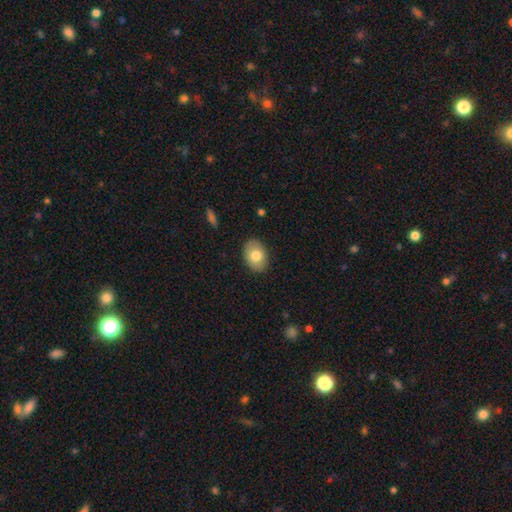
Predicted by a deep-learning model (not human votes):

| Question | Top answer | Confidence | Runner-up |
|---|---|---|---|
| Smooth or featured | smooth | 78% | featured or disk (16%) |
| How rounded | in between | 80% | round (19%) |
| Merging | none | 87% | minor disturbance (10%) |